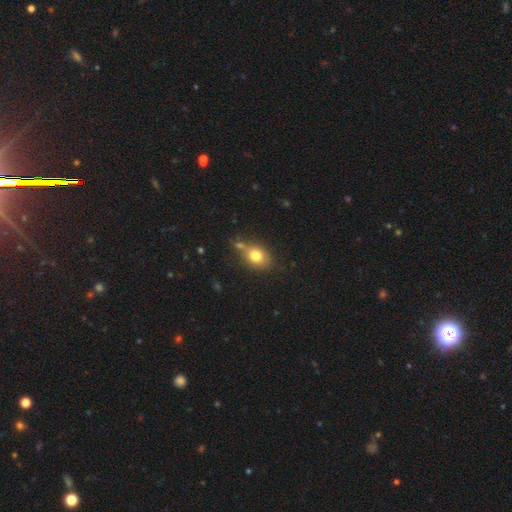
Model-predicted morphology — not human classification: A smooth galaxy with no disk features (78%) that is in between round and cigar-shaped (55%). Merging: none (61%).